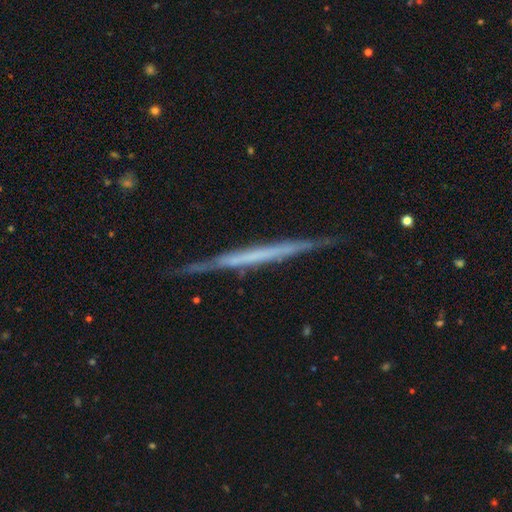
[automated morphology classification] Q: Smooth or featured?
A: featured or disk (69%); runner-up: smooth (25%)
Q: Edge-on disk?
A: yes (97%); runner-up: no (3%)
Q: Edge-on bulge?
A: none (86%); runner-up: boxy (8%)
Q: Merging?
A: none (83%); runner-up: minor disturbance (13%)